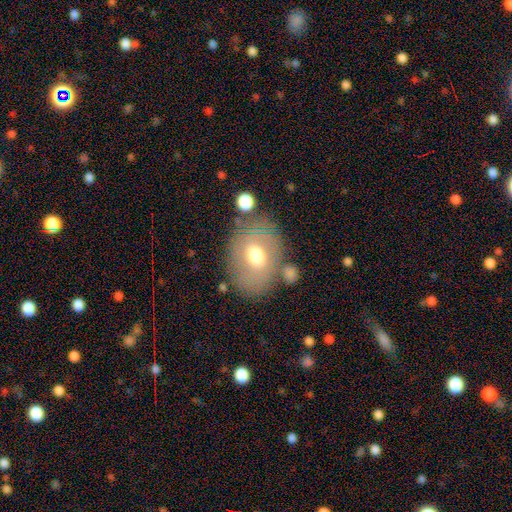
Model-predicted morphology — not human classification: Smooth or featured: smooth — 58% (featured or disk — 34%)
How rounded: in between — 67% (round — 32%)
Merging: none — 67% (minor disturbance — 17%)